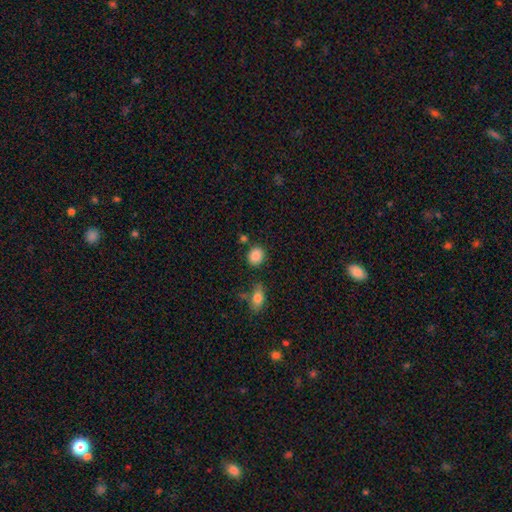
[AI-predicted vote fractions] Smooth or featured?
  - smooth: 87% *
  - star or artifact: 9%
  - featured or disk: 4%
How rounded?
  - round: 66% *
  - in between: 32%
  - cigar-shaped: 1%
Merging?
  - none: 79% *
  - minor disturbance: 11%
  - merger: 6%
  - major disturbance: 3%